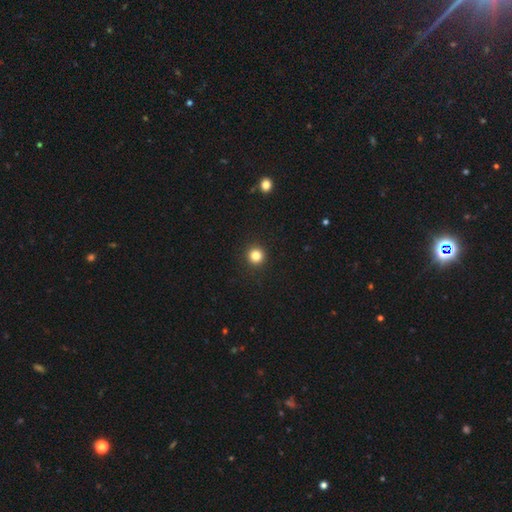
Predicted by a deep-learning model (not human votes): The model was most divided on "smooth or featured": smooth: 83%, star or artifact: 12%, featured or disk: 4%. More confident: how rounded — round (95%); merging — none (93%).